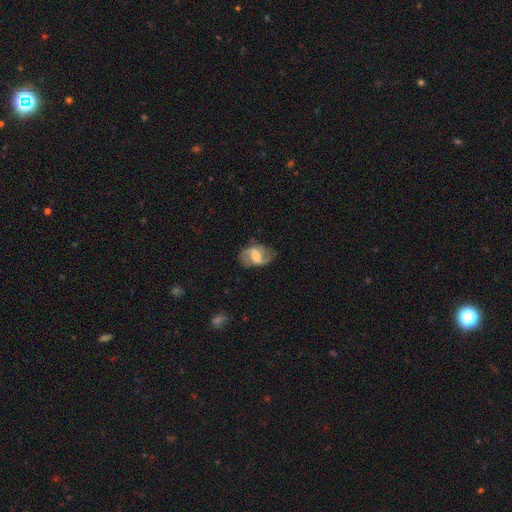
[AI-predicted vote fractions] Smooth or featured? featured or disk (76%)
Edge-on disk? no (97%)
Bar? weak (50%)
Spiral arms? yes (91%)
Spiral winding? loose (44%, tied with medium)
Spiral arm count? 2 (90%)
Bulge size? moderate (45%)
Merging? none (74%)